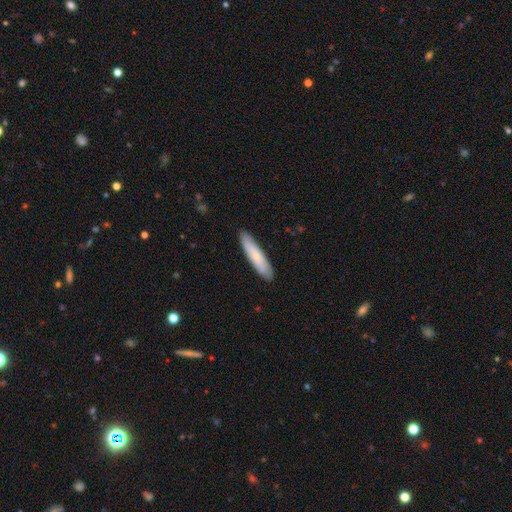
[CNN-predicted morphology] A smooth galaxy with no disk features (70%) that is cigar-shaped (81%).

Vote fractions:
- Smooth or featured? smooth: 70% / featured or disk: 24% / star or artifact: 5%
- How rounded? cigar-shaped: 81% / in between: 18% / round: 1%
- Merging? none: 88% / minor disturbance: 9% / major disturbance: 2% / merger: 1%